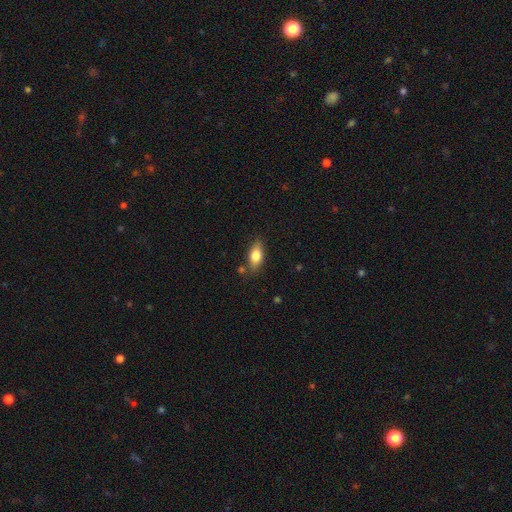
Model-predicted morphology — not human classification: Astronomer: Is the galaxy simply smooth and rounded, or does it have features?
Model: smooth — 78%.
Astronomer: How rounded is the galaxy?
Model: in between — 84%.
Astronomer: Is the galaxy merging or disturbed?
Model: none — 77%.